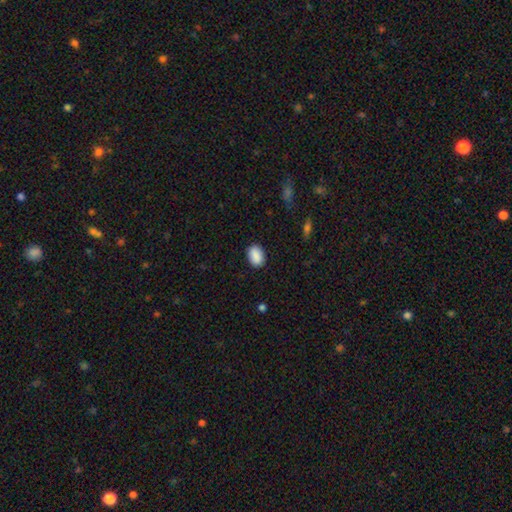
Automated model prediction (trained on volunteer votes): smooth_or_featured: smooth (p=0.90) [alt: star or artifact p=0.07]
how_rounded: in between (p=0.82) [alt: round p=0.17]
merging: none (p=0.87) [alt: minor disturbance p=0.10]